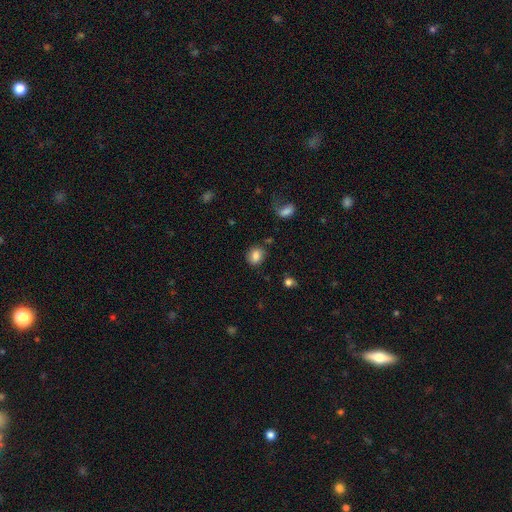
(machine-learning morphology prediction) Smooth or featured?
  - smooth: 82% *
  - star or artifact: 10%
  - featured or disk: 9%
How rounded?
  - round: 53% *
  - in between: 45%
  - cigar-shaped: 1%
Merging?
  - none: 77% *
  - minor disturbance: 15%
  - major disturbance: 5%
  - merger: 4%